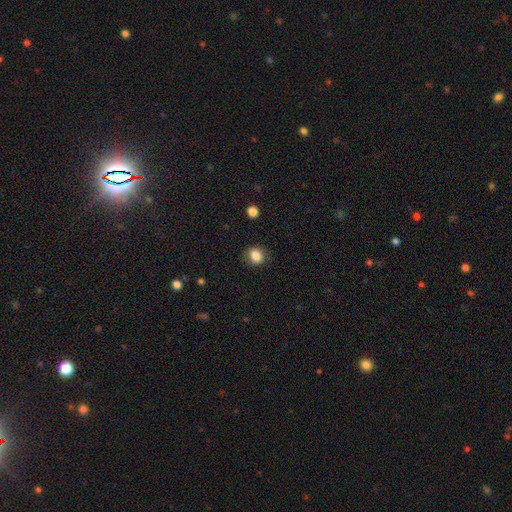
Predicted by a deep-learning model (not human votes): The model was most divided on "how rounded": round: 60%, in between: 40%, cigar-shaped: 1%. More confident: smooth or featured — smooth (83%); merging — none (81%).